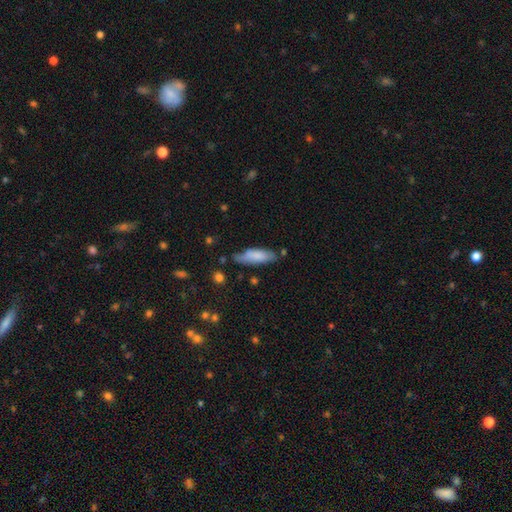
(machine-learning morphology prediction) Q: Smooth or featured?
A: smooth (76%); runner-up: featured or disk (17%)
Q: How rounded?
A: in between (52%); runner-up: cigar-shaped (46%)
Q: Merging?
A: none (64%); runner-up: minor disturbance (27%)